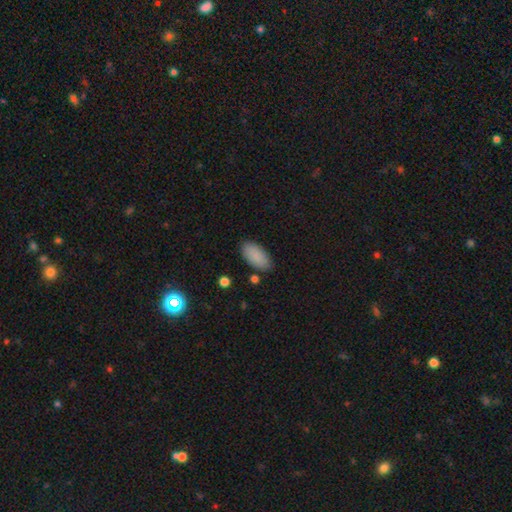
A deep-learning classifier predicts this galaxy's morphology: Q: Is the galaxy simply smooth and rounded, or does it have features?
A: smooth — 88%.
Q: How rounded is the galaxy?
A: in between — 93%.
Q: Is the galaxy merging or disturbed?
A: none — 83%.